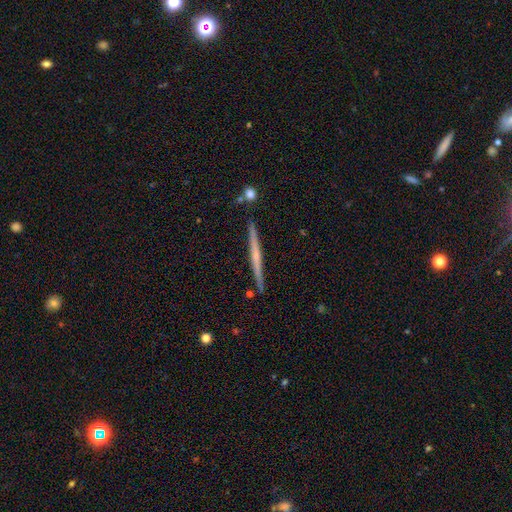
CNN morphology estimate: Smooth or featured? Predicted: featured or disk (p=0.65). Edge-on disk? Predicted: yes (p=0.98). Edge-on bulge? Predicted: none (p=0.65). Merging? Predicted: none (p=0.90).